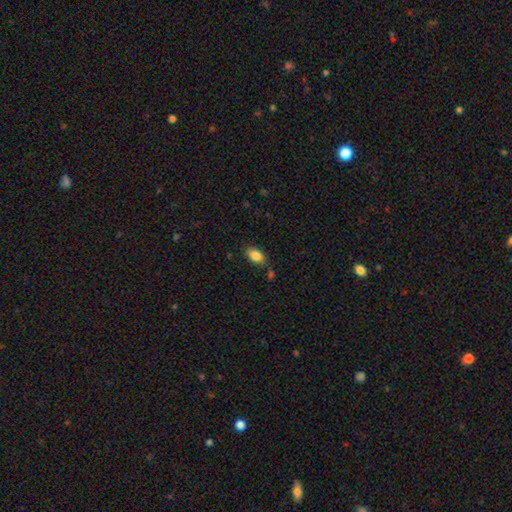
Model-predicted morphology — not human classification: This appears to be a smooth galaxy with no disk features (85%) that is in between round and cigar-shaped (91%). Merging: none (73%).